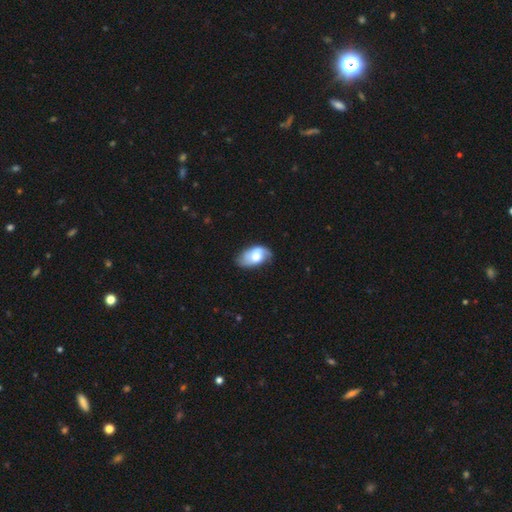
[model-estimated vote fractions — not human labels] The model was most divided on "merging": none: 47%, minor disturbance: 37%, major disturbance: 13%, merger: 2%. More confident: how rounded — in between (92%); smooth or featured — smooth (59%).